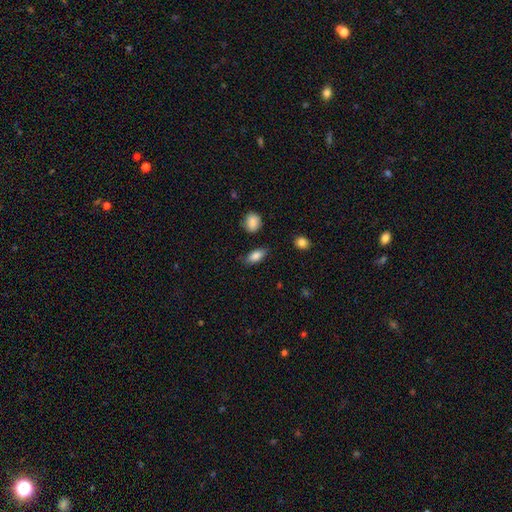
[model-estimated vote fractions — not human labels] Morphology: type=smooth (83%); roundness=in between (85%); merging=none (77%).